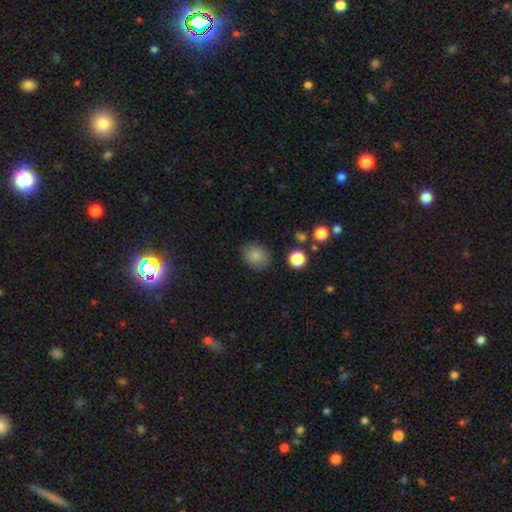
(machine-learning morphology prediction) Smooth or featured? Predicted: smooth (p=0.84). How rounded? Predicted: in between (p=0.50). Merging? Predicted: none (p=0.83).